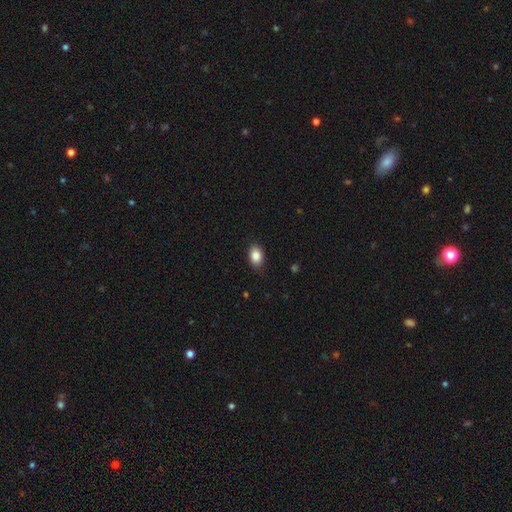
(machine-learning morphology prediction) This is clearly a smooth galaxy (87%). How rounded: clearly in between (81%). Merging: clearly none (86%).